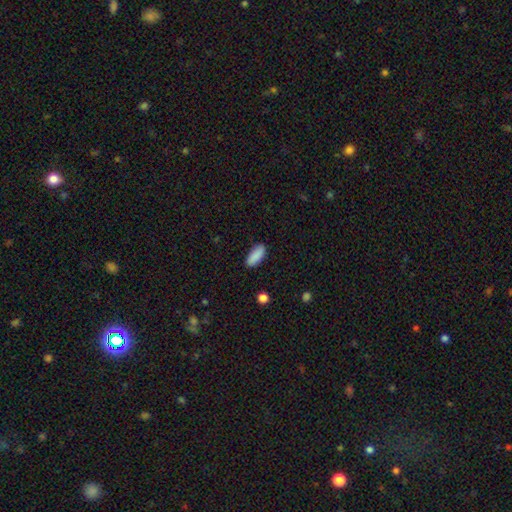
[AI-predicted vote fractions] smooth_or_featured: smooth (p=0.90) [alt: star or artifact p=0.07]
how_rounded: in between (p=0.79) [alt: cigar-shaped p=0.19]
merging: none (p=0.87) [alt: minor disturbance p=0.10]